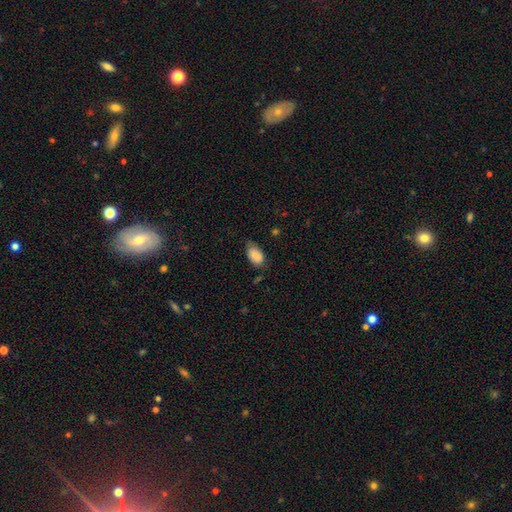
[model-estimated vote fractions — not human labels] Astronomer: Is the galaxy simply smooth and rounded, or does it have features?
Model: smooth — 87%.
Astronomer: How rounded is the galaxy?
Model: in between — 93%.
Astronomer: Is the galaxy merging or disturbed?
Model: none — 58%.